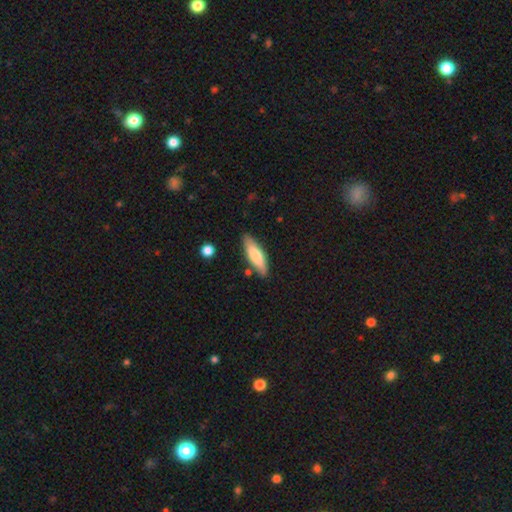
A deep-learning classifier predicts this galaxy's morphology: type=smooth (74%); roundness=cigar-shaped (57%); merging=none (81%).